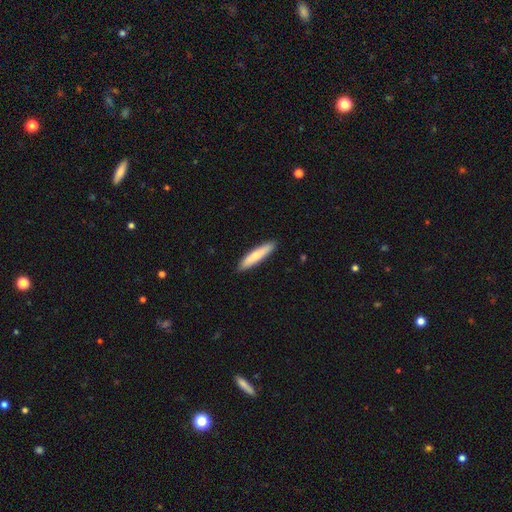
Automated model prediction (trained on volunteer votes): This is likely a smooth galaxy (74%). How rounded: clearly cigar-shaped (89%). Merging: clearly none (91%).